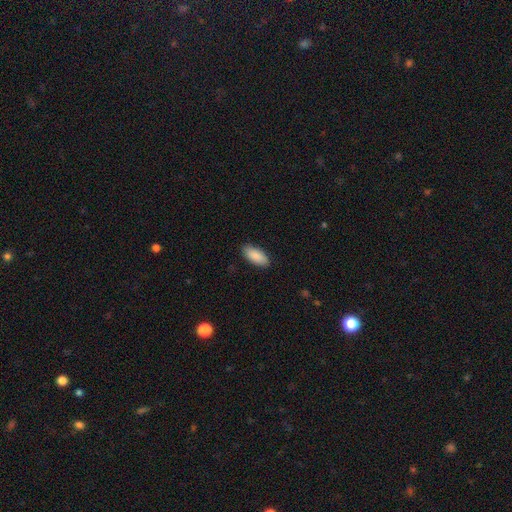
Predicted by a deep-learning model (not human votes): Smooth or featured: smooth — 90% (star or artifact — 6%)
How rounded: in between — 90% (cigar-shaped — 9%)
Merging: none — 88% (minor disturbance — 9%)